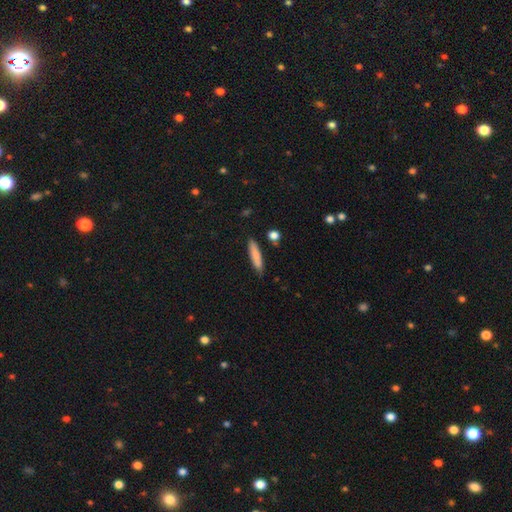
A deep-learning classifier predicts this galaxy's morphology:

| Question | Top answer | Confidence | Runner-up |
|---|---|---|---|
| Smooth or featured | smooth | 79% | featured or disk (15%) |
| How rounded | cigar-shaped | 80% | in between (18%) |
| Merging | none | 80% | minor disturbance (14%) |